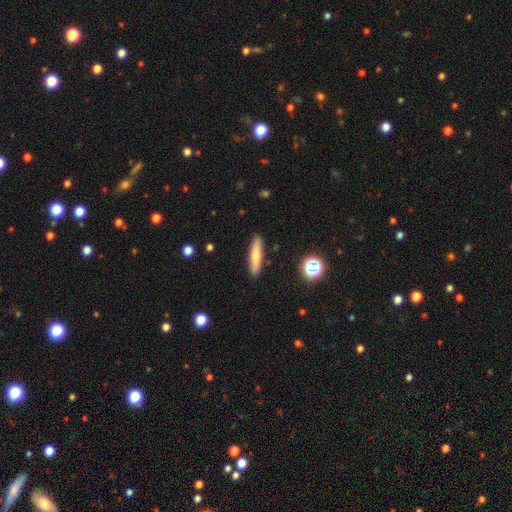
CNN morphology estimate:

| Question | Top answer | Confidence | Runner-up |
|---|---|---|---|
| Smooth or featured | smooth | 67% | featured or disk (25%) |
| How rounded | cigar-shaped | 82% | in between (16%) |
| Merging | none | 90% | minor disturbance (7%) |